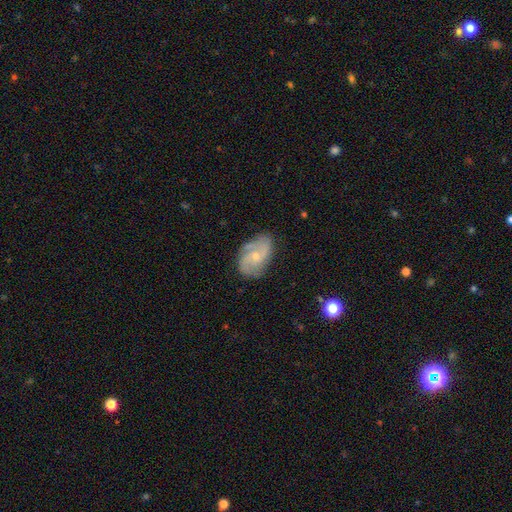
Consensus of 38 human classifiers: This is clearly a featured or disk galaxy (87%). It is clearly not viewed edge-on (97%). Bar: likely no (75%). Spiral arm pattern: clearly yes (91%). Spiral arm count: likely 2 (69%). Spiral winding: possibly medium (52%). Central bulge: likely small (69%). Merging: possibly none (58%).